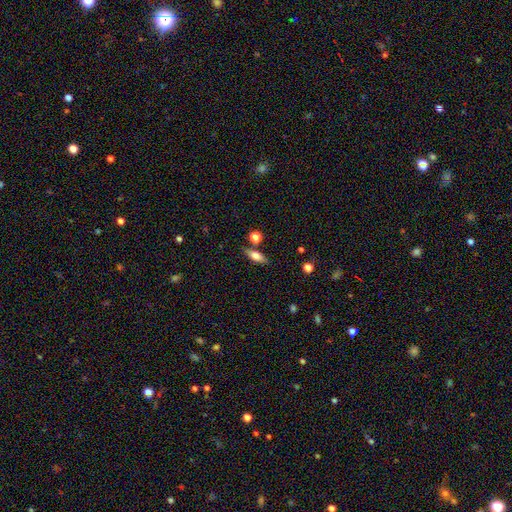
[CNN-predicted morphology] Smooth or featured: smooth — 59% (featured or disk — 32%)
How rounded: in between — 57% (cigar-shaped — 38%)
Merging: none — 77% (minor disturbance — 12%)